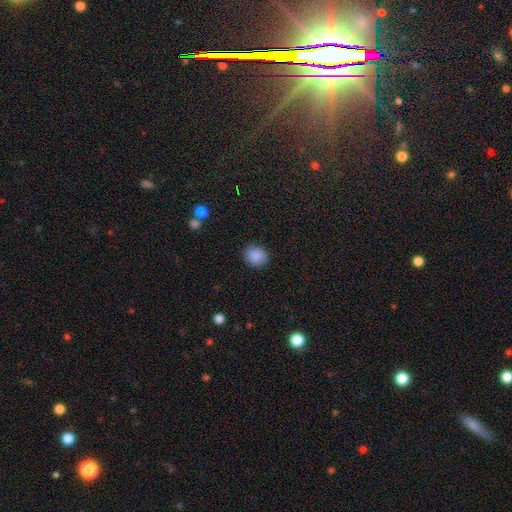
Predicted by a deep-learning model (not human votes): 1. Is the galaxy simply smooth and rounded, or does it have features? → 88% smooth, 8% star or artifact, 4% featured or disk.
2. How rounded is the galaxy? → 71% round, 28% in between, 1% cigar-shaped.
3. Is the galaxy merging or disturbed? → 88% none, 9% minor disturbance, 3% major disturbance, 1% merger.